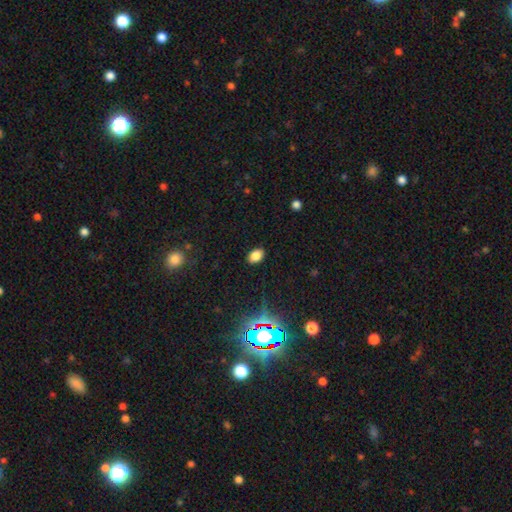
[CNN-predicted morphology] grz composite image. It shows a smooth galaxy with no disk features (79%) that is in between round and cigar-shaped (85%). Merging: none (88%).